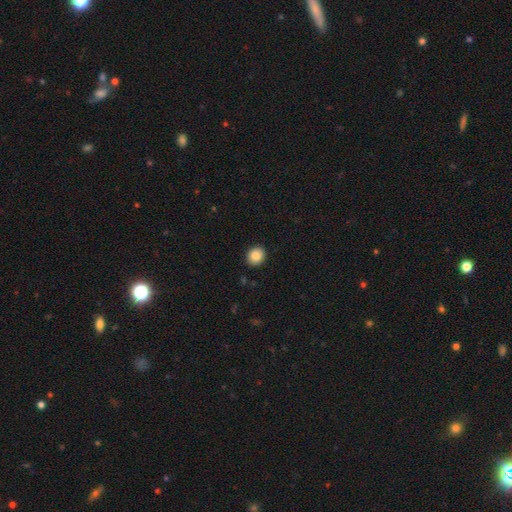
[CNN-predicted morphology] type=smooth (86%); roundness=round (70%); merging=none (91%).